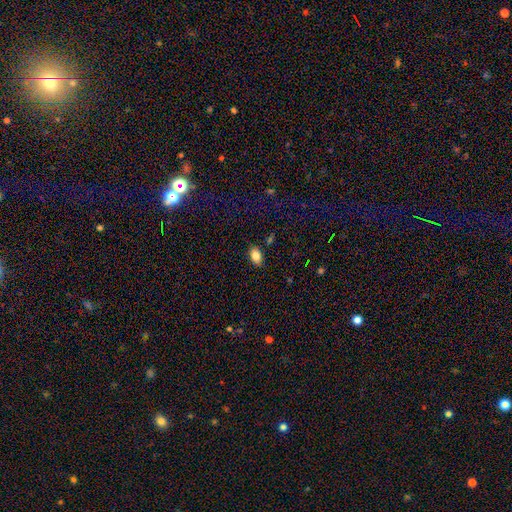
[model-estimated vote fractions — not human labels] Morphology: type=smooth (83%); roundness=in between (85%); merging=none (84%).